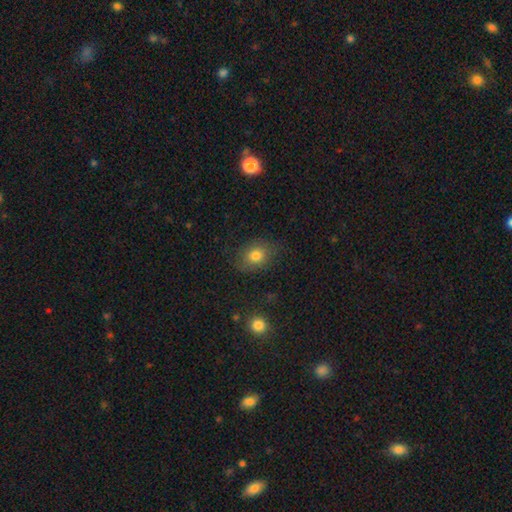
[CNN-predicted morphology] Smooth or featured?
  - smooth: 77% *
  - featured or disk: 12%
  - star or artifact: 11%
How rounded?
  - in between: 55% *
  - round: 43%
  - cigar-shaped: 1%
Merging?
  - none: 76% *
  - minor disturbance: 17%
  - major disturbance: 6%
  - merger: 2%